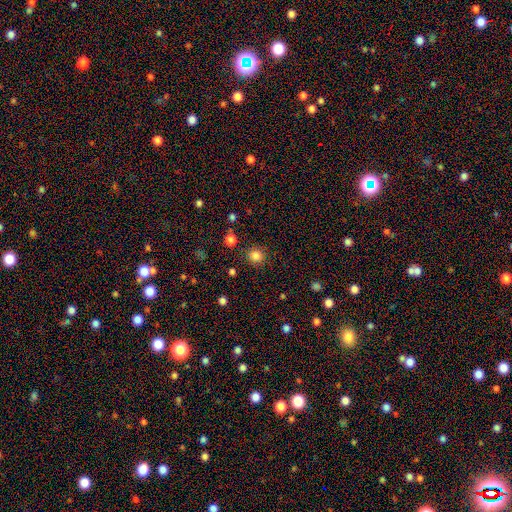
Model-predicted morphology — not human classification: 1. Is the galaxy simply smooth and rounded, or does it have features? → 83% smooth, 12% star or artifact, 4% featured or disk.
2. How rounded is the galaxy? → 89% round, 10% in between, 1% cigar-shaped.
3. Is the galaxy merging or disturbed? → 88% none, 7% minor disturbance, 2% major disturbance, 2% merger.